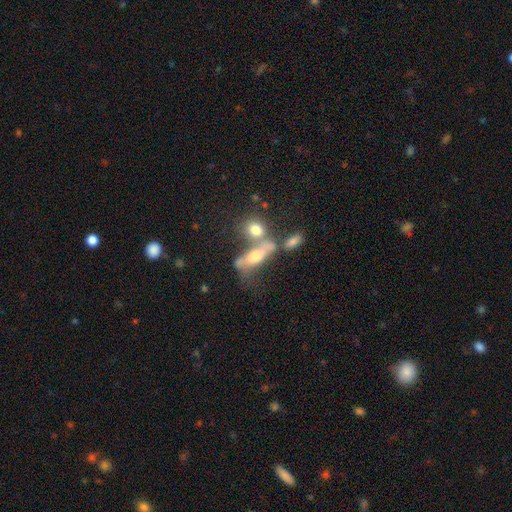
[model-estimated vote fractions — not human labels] Morphology: type=featured or disk (44%, tied with smooth); merging=merger (49%).